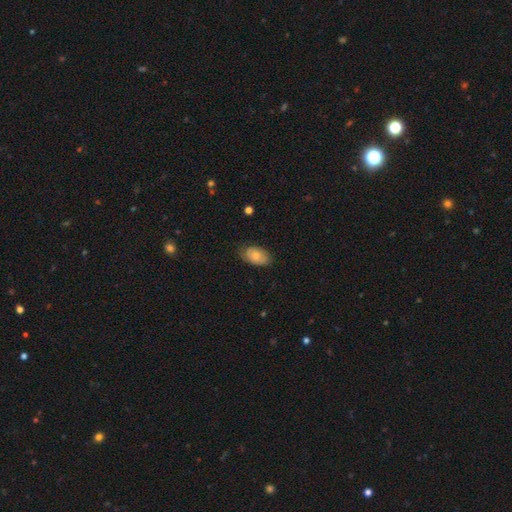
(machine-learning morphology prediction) smooth 71%, featured or disk 22%, star or artifact 7%. Down the decision tree: how rounded — in between (92%); merging — none (72%).